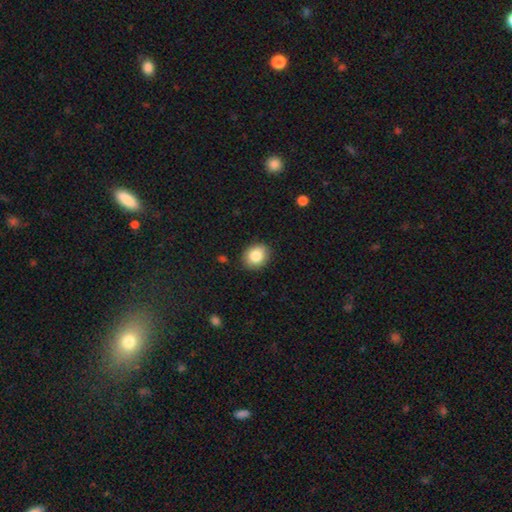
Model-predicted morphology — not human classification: Overall: smooth (83%). How rounded: round (56%; in between 43%). Merging: none (88%).